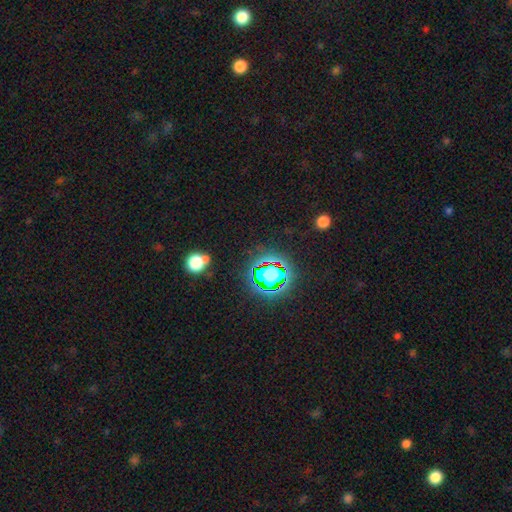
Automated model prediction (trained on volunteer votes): Overall: star or artifact (81%).